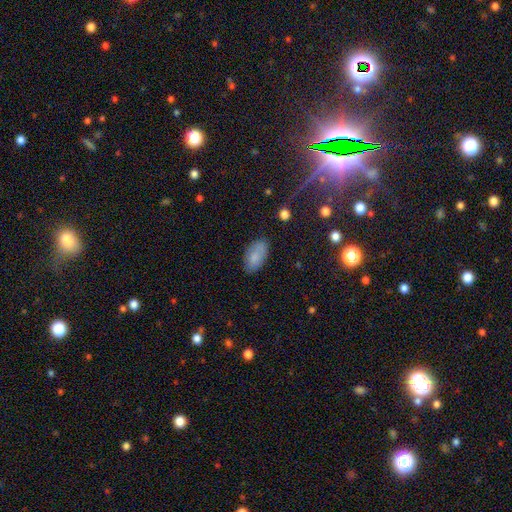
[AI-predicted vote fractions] Smooth or featured? smooth (80%)
How rounded? in between (94%)
Merging? none (79%)